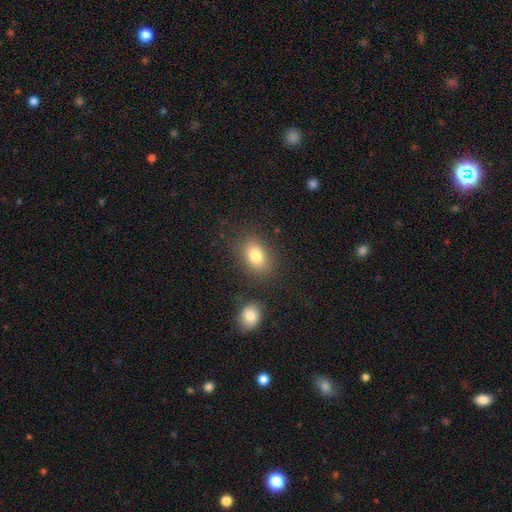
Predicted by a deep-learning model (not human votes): smooth 81%, featured or disk 10%, star or artifact 9%. Down the decision tree: how rounded — in between (77%); merging — none (80%).